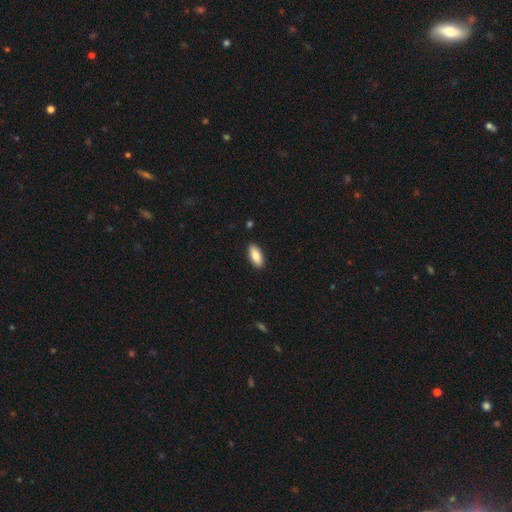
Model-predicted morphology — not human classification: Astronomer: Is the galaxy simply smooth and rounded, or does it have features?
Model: smooth — 86%.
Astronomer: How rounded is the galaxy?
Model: in between — 86%.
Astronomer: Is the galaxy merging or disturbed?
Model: none — 89%.